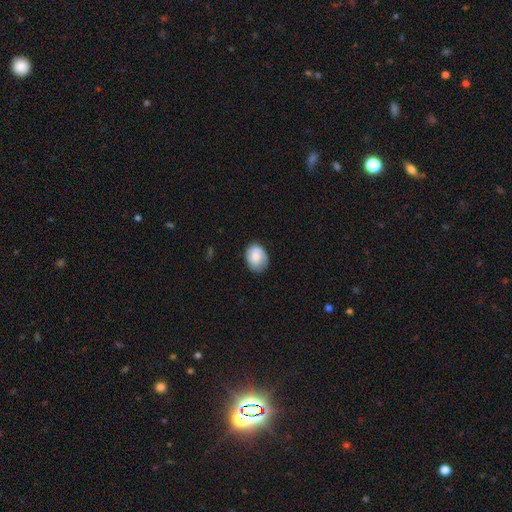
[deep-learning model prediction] This is likely a smooth galaxy (67%). How rounded: likely in between (64%). Merging: likely none (72%).